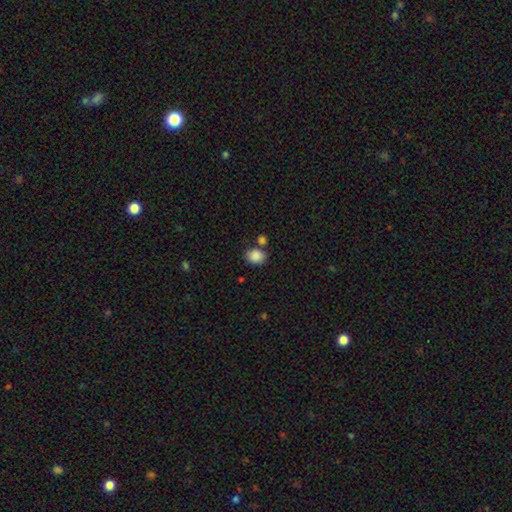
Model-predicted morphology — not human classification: Smooth or featured?
  - smooth: 87% *
  - star or artifact: 9%
  - featured or disk: 4%
How rounded?
  - in between: 55% *
  - round: 44%
  - cigar-shaped: 1%
Merging?
  - none: 69% *
  - merger: 14%
  - minor disturbance: 13%
  - major disturbance: 4%